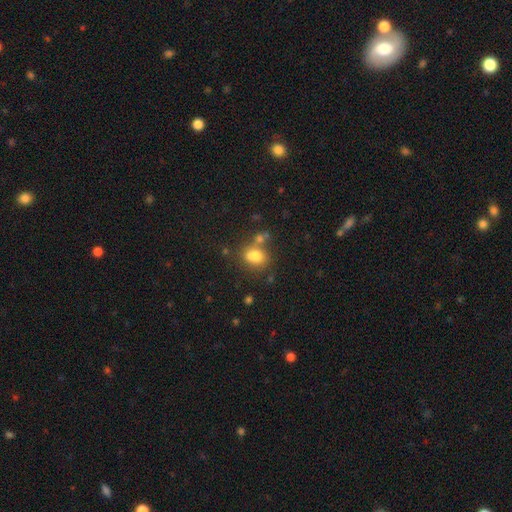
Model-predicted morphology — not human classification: A smooth galaxy with no disk features (76%) that is in between round and cigar-shaped (60%). Merging: none (47%).